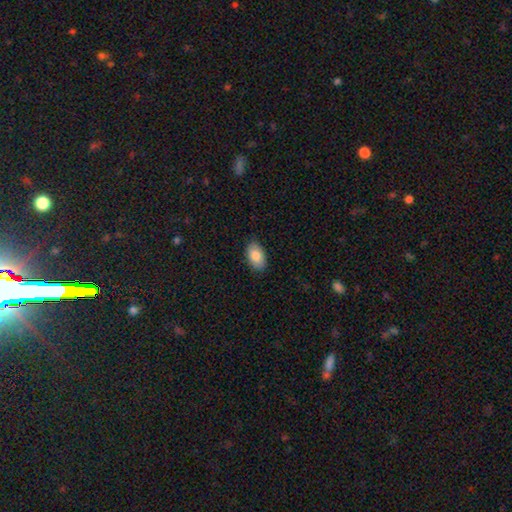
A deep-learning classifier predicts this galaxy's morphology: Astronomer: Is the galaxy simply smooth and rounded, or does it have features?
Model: smooth — 84%.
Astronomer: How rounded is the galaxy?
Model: in between — 93%.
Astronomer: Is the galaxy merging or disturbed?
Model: none — 86%.